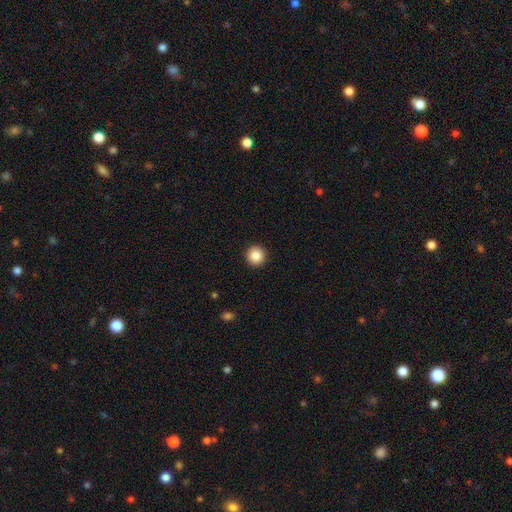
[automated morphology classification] Smooth or featured? Predicted: smooth (p=0.87). How rounded? Predicted: round (p=0.96). Merging? Predicted: none (p=0.93).